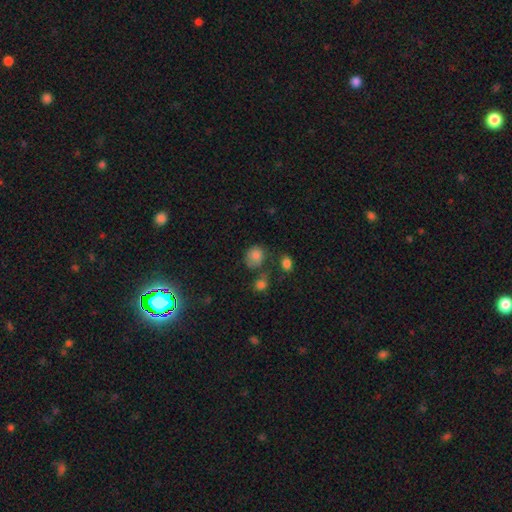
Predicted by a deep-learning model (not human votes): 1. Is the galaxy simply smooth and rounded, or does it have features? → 80% smooth, 11% star or artifact, 9% featured or disk.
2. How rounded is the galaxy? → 70% round, 29% in between, 1% cigar-shaped.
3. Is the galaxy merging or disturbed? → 53% none, 23% minor disturbance, 13% merger, 11% major disturbance.